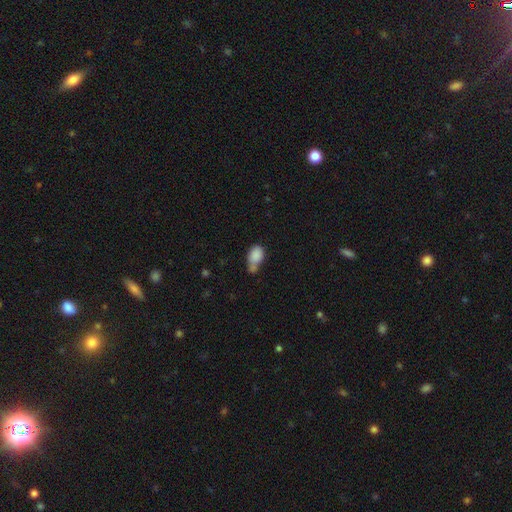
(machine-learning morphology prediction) smooth 85%, star or artifact 8%, featured or disk 7%. Down the decision tree: how rounded — in between (79%); merging — merger (39%).